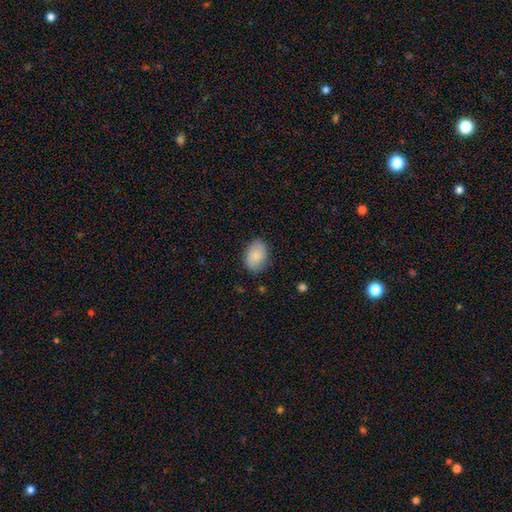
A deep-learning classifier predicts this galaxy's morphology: type=smooth (85%); roundness=in between (79%); merging=none (80%).